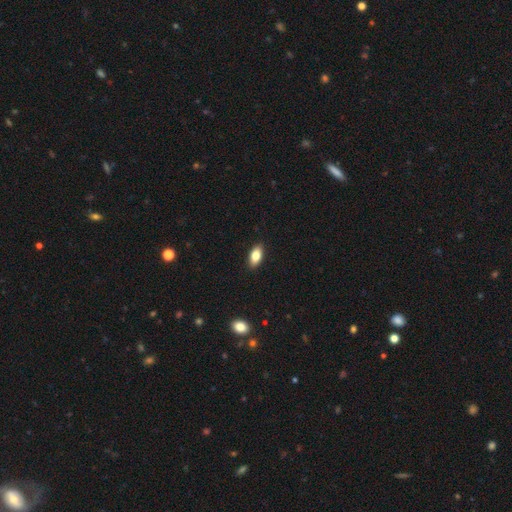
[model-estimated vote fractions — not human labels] A smooth galaxy with no disk features (79%) that is in between round and cigar-shaped (88%). Merging: none (89%).